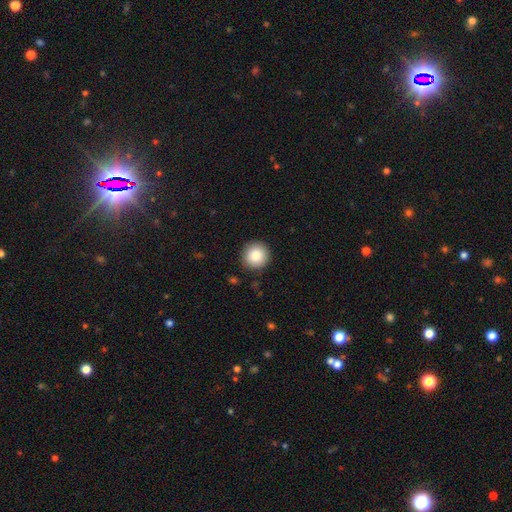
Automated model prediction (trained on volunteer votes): smooth_or_featured: smooth (p=0.85) [alt: star or artifact p=0.09]
how_rounded: round (p=0.94) [alt: in between p=0.05]
merging: none (p=0.91) [alt: minor disturbance p=0.06]